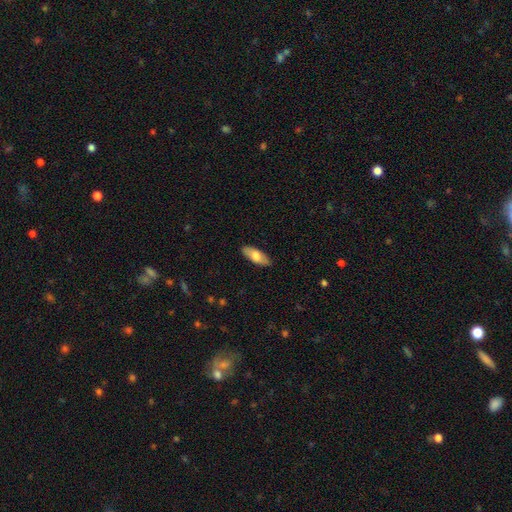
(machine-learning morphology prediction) This appears to be a smooth galaxy with no disk features (74%) that is in between round and cigar-shaped (75%). Merging: none (88%).